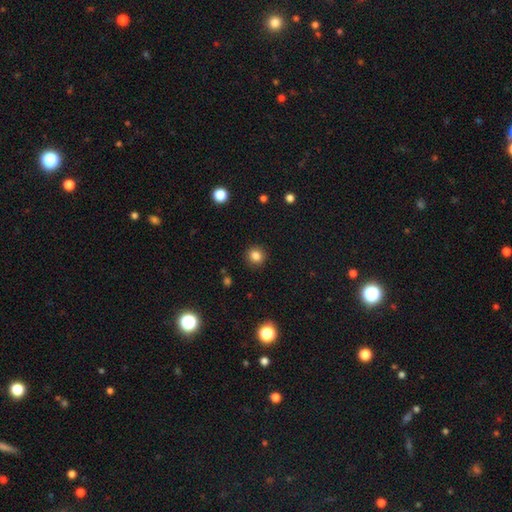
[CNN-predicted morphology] Smooth or featured? smooth (83%)
How rounded? round (90%)
Merging? none (91%)